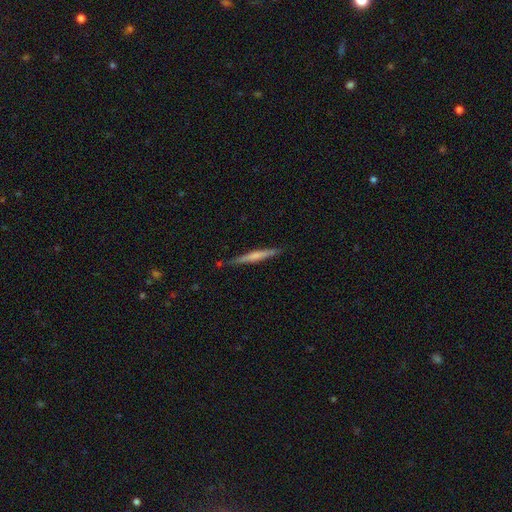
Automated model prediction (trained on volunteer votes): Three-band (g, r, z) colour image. It shows a featured or disk galaxy (50%) viewed edge-on (97%). Merging: none (87%).